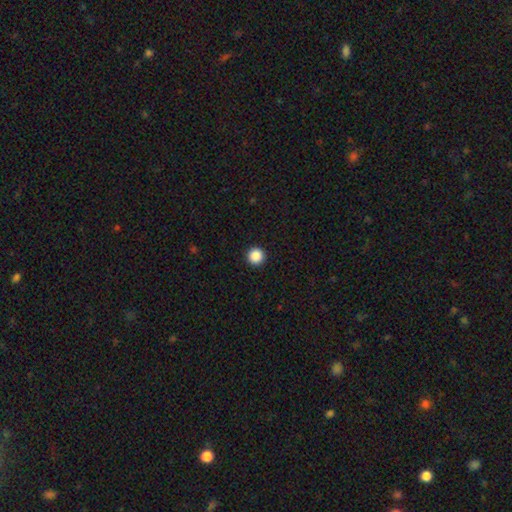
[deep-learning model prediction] smooth_or_featured: smooth (p=0.88) [alt: star or artifact p=0.10]
how_rounded: round (p=0.96) [alt: in between p=0.03]
merging: none (p=0.94) [alt: minor disturbance p=0.04]